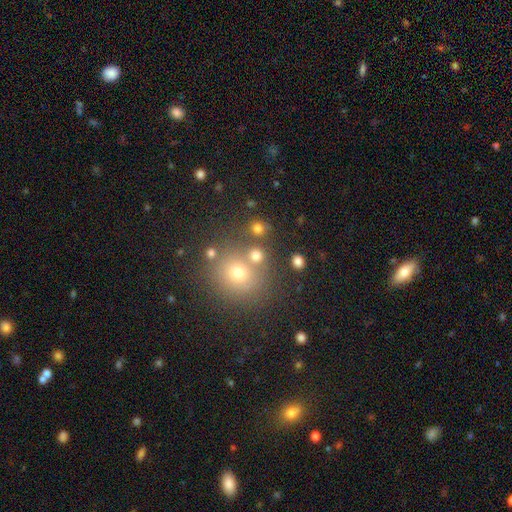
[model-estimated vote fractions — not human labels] Morphology: type=smooth (72%); roundness=round (83%); merging=none (66%).